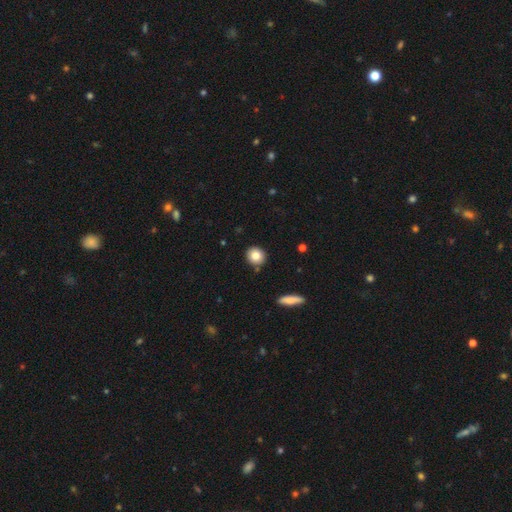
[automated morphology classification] Smooth or featured: smooth — 81% (featured or disk — 10%)
How rounded: round — 88% (in between — 11%)
Merging: none — 88% (minor disturbance — 7%)